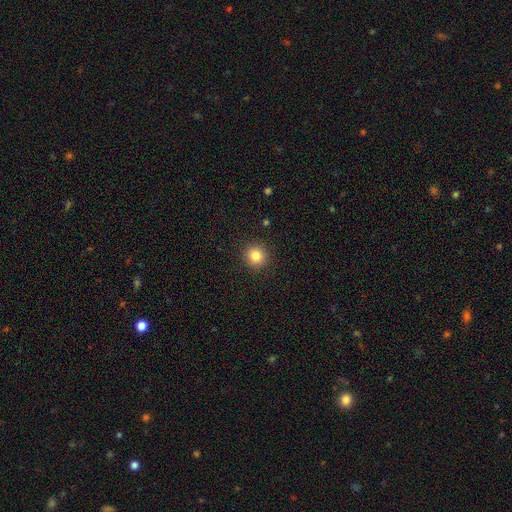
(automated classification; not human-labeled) Smooth or featured?
  - smooth: 82% *
  - star or artifact: 12%
  - featured or disk: 6%
How rounded?
  - round: 93% *
  - in between: 6%
  - cigar-shaped: 1%
Merging?
  - none: 92% *
  - minor disturbance: 5%
  - major disturbance: 2%
  - merger: 1%